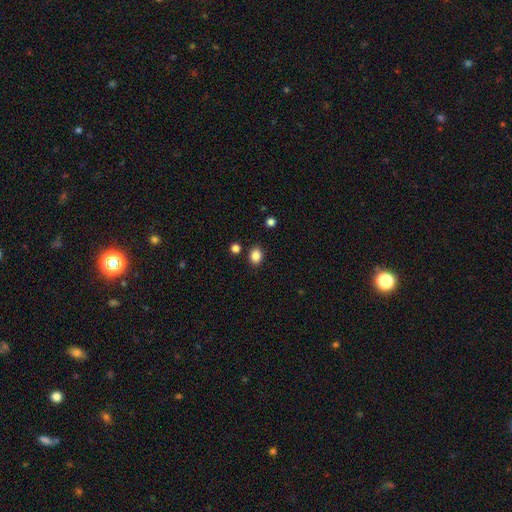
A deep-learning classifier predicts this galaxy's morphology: smooth 86%, star or artifact 11%, featured or disk 4%. Down the decision tree: how rounded — in between (52%); merging — none (86%).